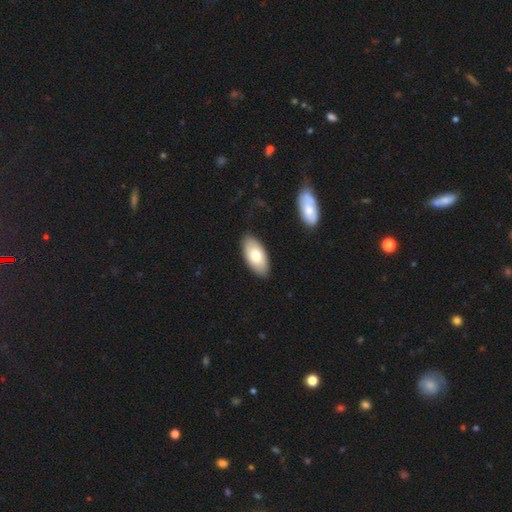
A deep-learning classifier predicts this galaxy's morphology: Smooth or featured?
  - smooth: 72% *
  - featured or disk: 23%
  - star or artifact: 5%
How rounded?
  - in between: 93% *
  - cigar-shaped: 4%
  - round: 2%
Merging?
  - none: 88% *
  - minor disturbance: 9%
  - major disturbance: 2%
  - merger: 2%